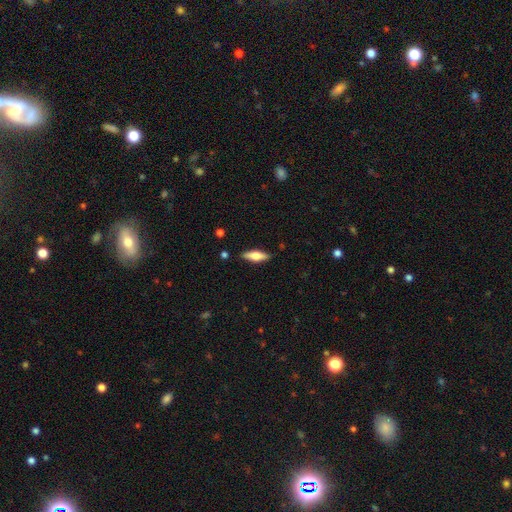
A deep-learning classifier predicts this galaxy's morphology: type=smooth (52%); roundness=in between (50%); merging=none (87%).